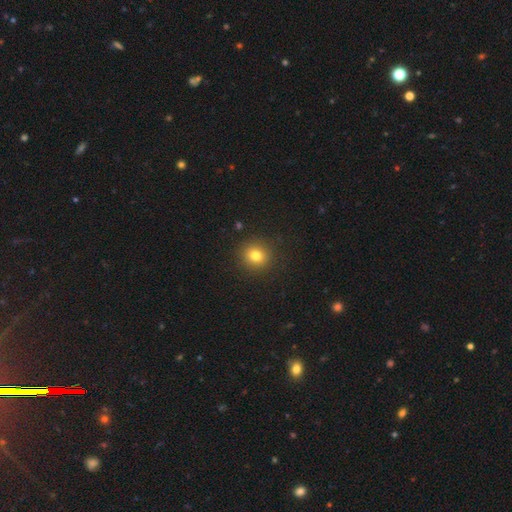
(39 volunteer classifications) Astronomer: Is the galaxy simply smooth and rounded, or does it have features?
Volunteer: smooth — 90%.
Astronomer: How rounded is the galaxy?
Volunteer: round — 97%.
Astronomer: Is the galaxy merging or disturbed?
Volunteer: none — 97%.